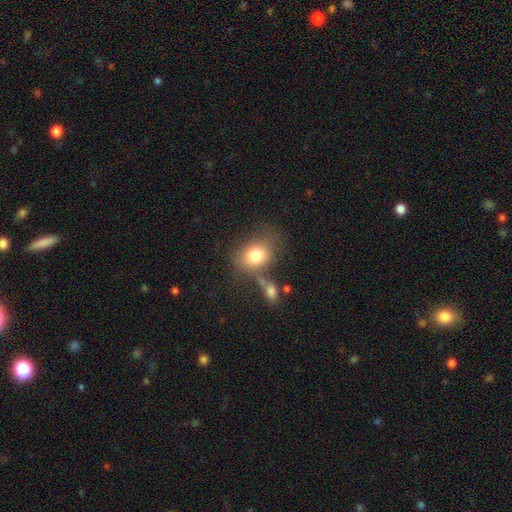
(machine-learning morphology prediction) smooth-or-featured: smooth: 77% | featured or disk: 13% | star or artifact: 10%
  how-rounded: in between: 53% | round: 46% | cigar-shaped: 1%
  merging: none: 49% | minor disturbance: 20% | merger: 17% | major disturbance: 14%